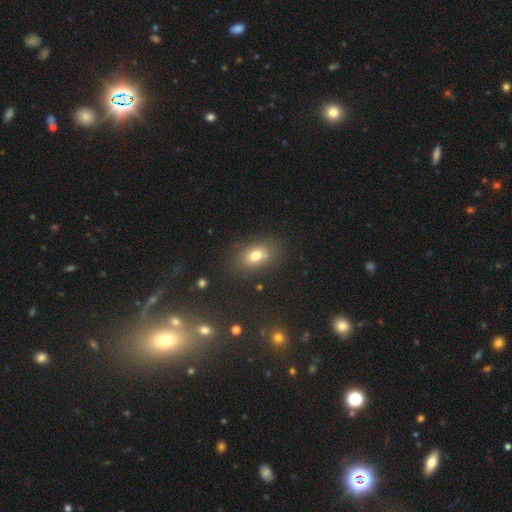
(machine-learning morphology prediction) type=smooth (74%); roundness=in between (77%); merging=none (78%).